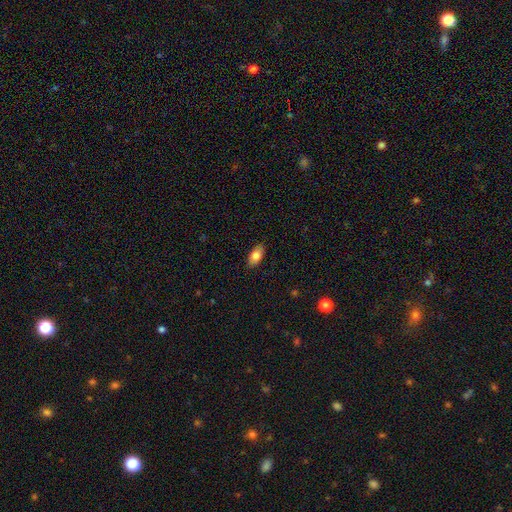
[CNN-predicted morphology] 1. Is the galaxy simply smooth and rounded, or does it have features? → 81% smooth, 12% featured or disk, 7% star or artifact.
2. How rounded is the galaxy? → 90% in between, 7% cigar-shaped, 3% round.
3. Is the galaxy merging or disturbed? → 87% none, 10% minor disturbance, 2% major disturbance, 1% merger.